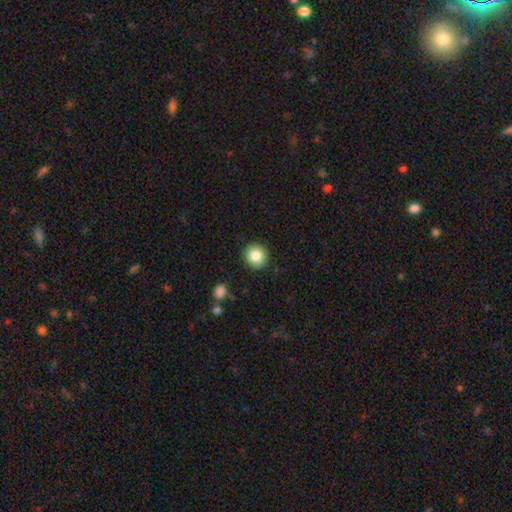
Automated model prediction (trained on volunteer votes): smooth_or_featured: smooth (p=0.85) [alt: star or artifact p=0.09]
how_rounded: round (p=0.91) [alt: in between p=0.08]
merging: none (p=0.90) [alt: minor disturbance p=0.07]